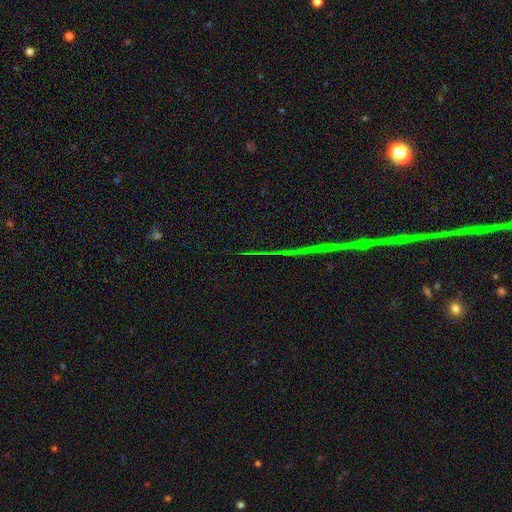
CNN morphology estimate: The model was most divided on "smooth or featured": star or artifact: 83%, featured or disk: 10%, smooth: 7%.